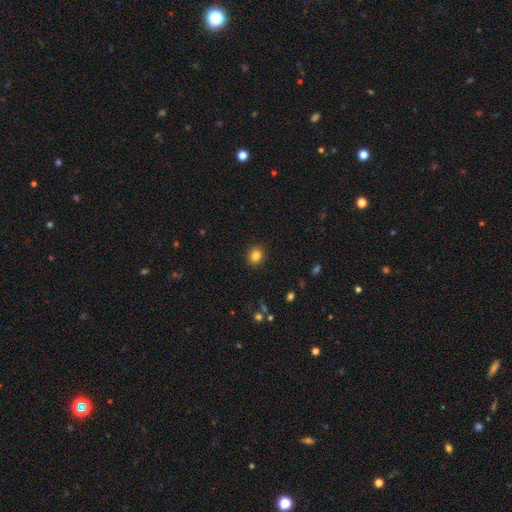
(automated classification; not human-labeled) This appears to be a smooth galaxy with no disk features (84%) that is round (80%). Merging: none (91%).